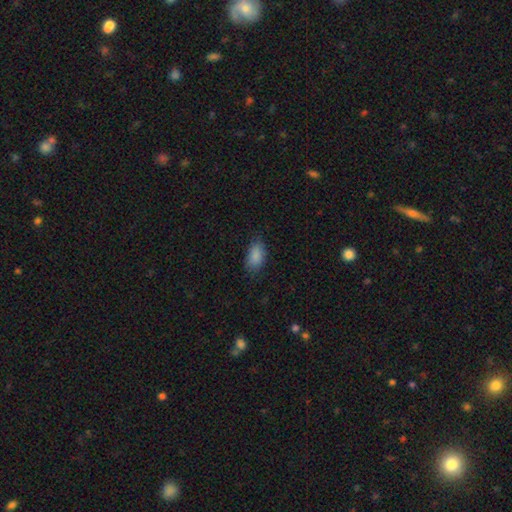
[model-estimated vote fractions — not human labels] A smooth galaxy with no disk features (88%) that is in between round and cigar-shaped (93%).

Vote fractions:
- Smooth or featured? smooth: 88% / star or artifact: 7% / featured or disk: 5%
- How rounded? in between: 93% / round: 4% / cigar-shaped: 3%
- Merging? none: 77% / minor disturbance: 18% / major disturbance: 4% / merger: 1%